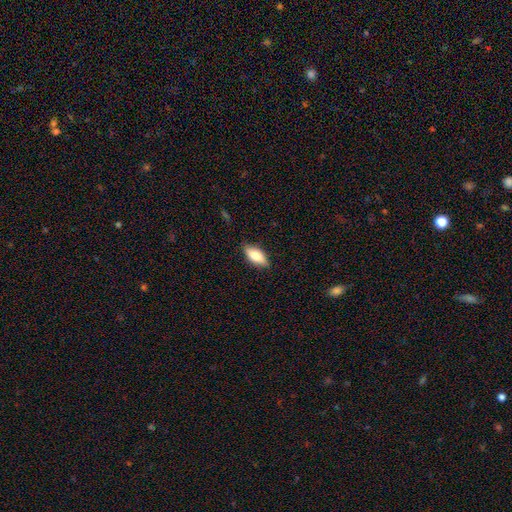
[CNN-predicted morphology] Smooth or featured? smooth (77%)
How rounded? in between (86%)
Merging? none (83%)